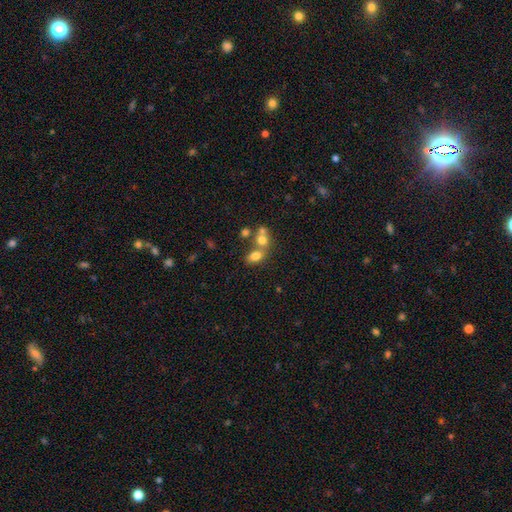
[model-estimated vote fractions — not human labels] Smooth or featured?
  - smooth: 73% *
  - featured or disk: 14%
  - star or artifact: 13%
How rounded?
  - in between: 66% *
  - round: 32%
  - cigar-shaped: 2%
Merging?
  - merger: 48% *
  - none: 38%
  - minor disturbance: 9%
  - major disturbance: 5%